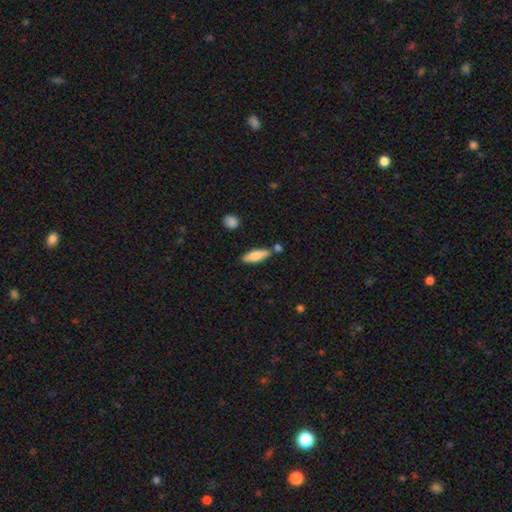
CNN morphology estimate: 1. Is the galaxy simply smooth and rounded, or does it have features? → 77% smooth, 17% featured or disk, 6% star or artifact.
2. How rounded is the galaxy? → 50% cigar-shaped, 48% in between, 2% round.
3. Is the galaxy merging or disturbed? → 74% none, 13% minor disturbance, 10% merger, 3% major disturbance.